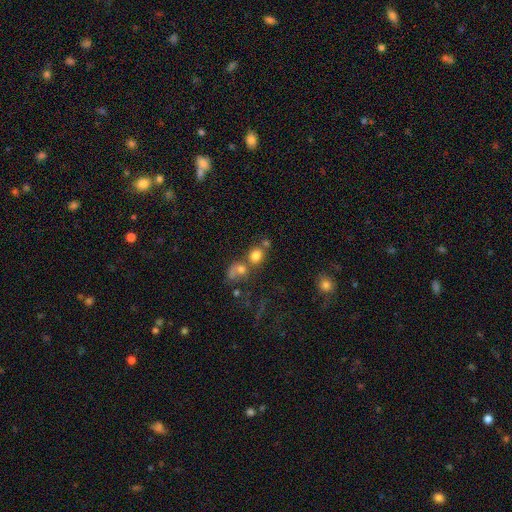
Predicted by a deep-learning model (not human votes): This appears to be a smooth galaxy with no disk features (78%) that is round (74%). Merging: none (50%).